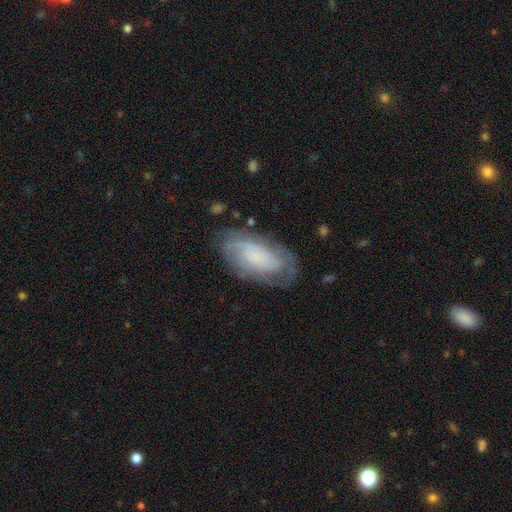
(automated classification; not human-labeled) Smooth or featured? featured or disk (62%)
Edge-on disk? no (94%)
Bar? no (73%)
Spiral arms? yes (84%)
Bulge size? none (38%)
Merging? none (69%)